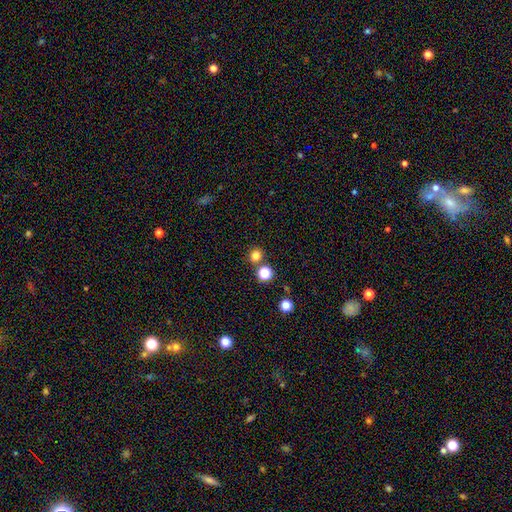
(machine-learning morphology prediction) Smooth or featured?
  - smooth: 80% *
  - star or artifact: 16%
  - featured or disk: 4%
How rounded?
  - round: 85% *
  - in between: 14%
  - cigar-shaped: 1%
Merging?
  - none: 77% *
  - merger: 13%
  - minor disturbance: 7%
  - major disturbance: 3%